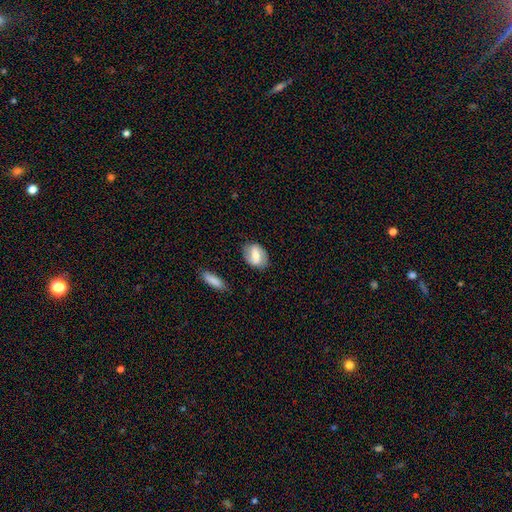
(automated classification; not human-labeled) smooth-or-featured: featured or disk: 47% | smooth: 46% | star or artifact: 7%
  merging: none: 79% | minor disturbance: 14% | major disturbance: 4% | merger: 2%